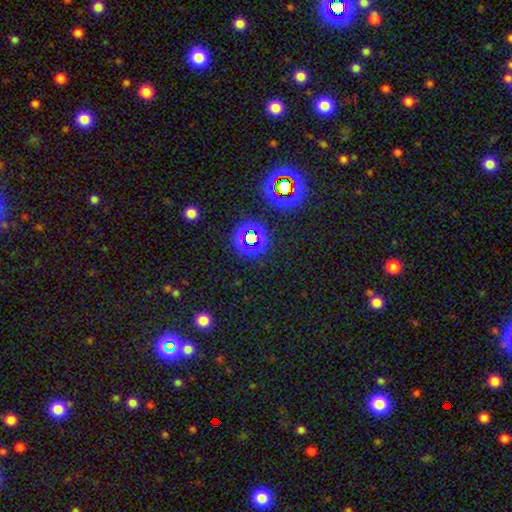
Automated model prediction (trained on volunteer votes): This appears to be a star or artifact, not a galaxy (51%).